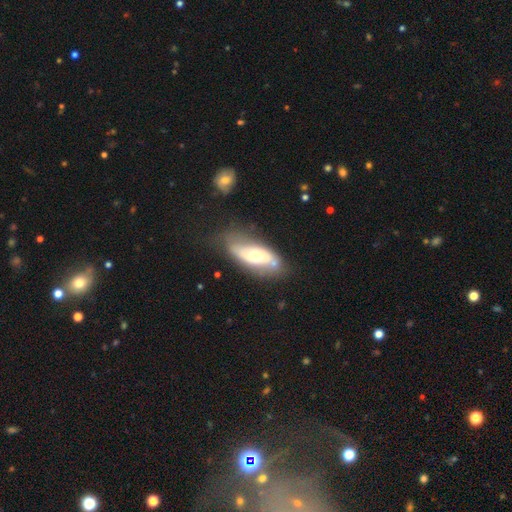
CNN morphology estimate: featured or disk 54%, smooth 40%, star or artifact 6%. Down the decision tree: edge-on disk — no (84%); merging — none (56%).